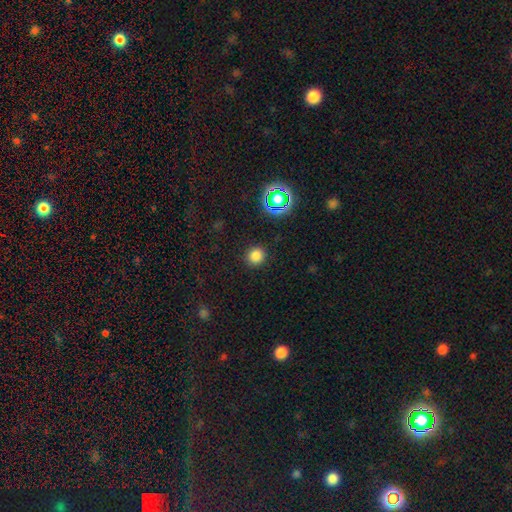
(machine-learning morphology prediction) Smooth or featured: smooth — 79% (star or artifact — 17%)
How rounded: round — 92% (in between — 8%)
Merging: none — 90% (minor disturbance — 6%)